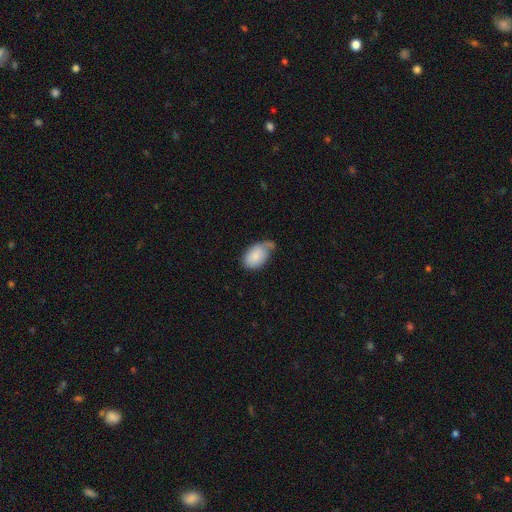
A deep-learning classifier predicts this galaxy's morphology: Smooth or featured? Predicted: smooth (p=0.79). How rounded? Predicted: in between (p=0.90). Merging? Predicted: minor disturbance (p=0.40).